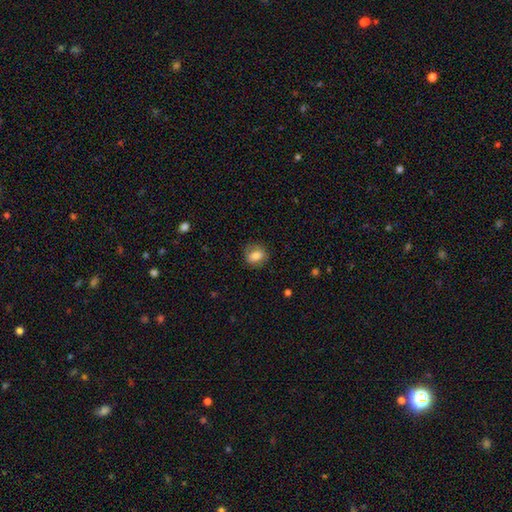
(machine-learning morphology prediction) A smooth galaxy with no disk features (77%) that is round (60%).

Vote fractions:
- Smooth or featured? smooth: 77% / featured or disk: 14% / star or artifact: 9%
- How rounded? round: 60% / in between: 39% / cigar-shaped: 1%
- Merging? none: 79% / minor disturbance: 15% / major disturbance: 5% / merger: 1%